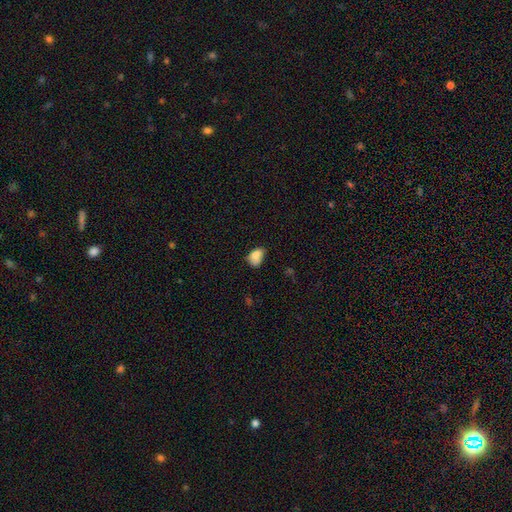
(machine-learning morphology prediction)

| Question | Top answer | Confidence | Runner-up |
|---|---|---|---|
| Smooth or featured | smooth | 82% | star or artifact (10%) |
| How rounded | in between | 81% | round (18%) |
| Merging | none | 42% | minor disturbance (39%) |